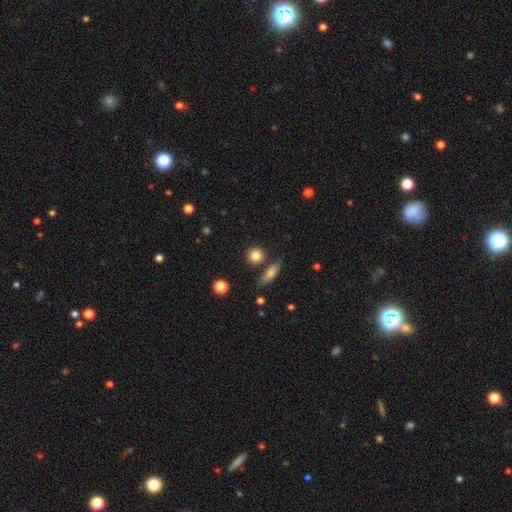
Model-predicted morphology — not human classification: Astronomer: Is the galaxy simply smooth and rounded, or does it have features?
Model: smooth — 83%.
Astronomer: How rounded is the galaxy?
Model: round — 83%.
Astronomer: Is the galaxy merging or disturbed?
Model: none — 79%.